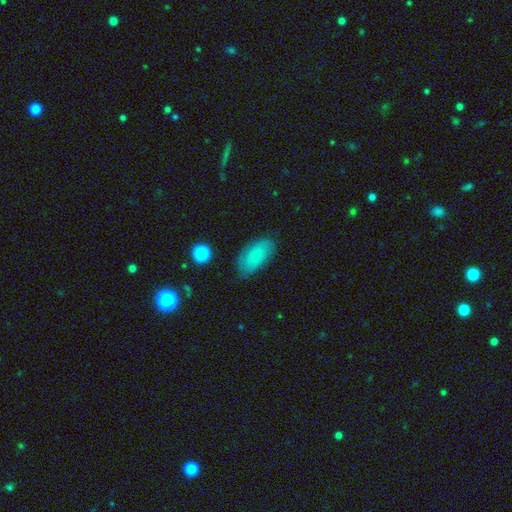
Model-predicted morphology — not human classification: The model was most divided on "smooth or featured": smooth: 75%, featured or disk: 18%, star or artifact: 7%. More confident: how rounded — in between (92%); merging — none (76%).